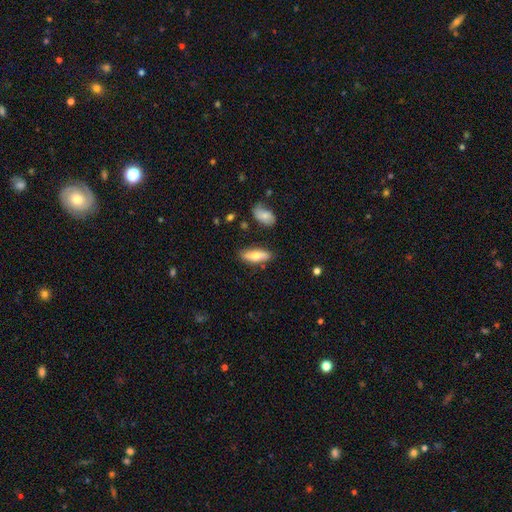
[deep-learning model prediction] A smooth galaxy with no disk features (68%) that is in between round and cigar-shaped (60%). Merging: none (79%).